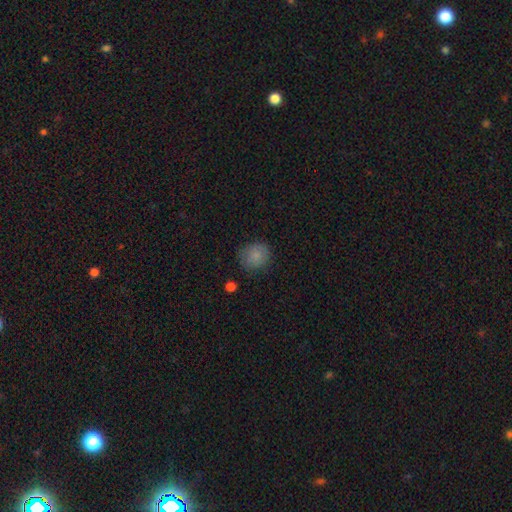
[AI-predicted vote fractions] A smooth galaxy with no disk features (82%) that is round (81%).

Vote fractions:
- Smooth or featured? smooth: 82% / star or artifact: 10% / featured or disk: 9%
- How rounded? round: 81% / in between: 19% / cigar-shaped: 1%
- Merging? none: 77% / minor disturbance: 17% / major disturbance: 5% / merger: 2%